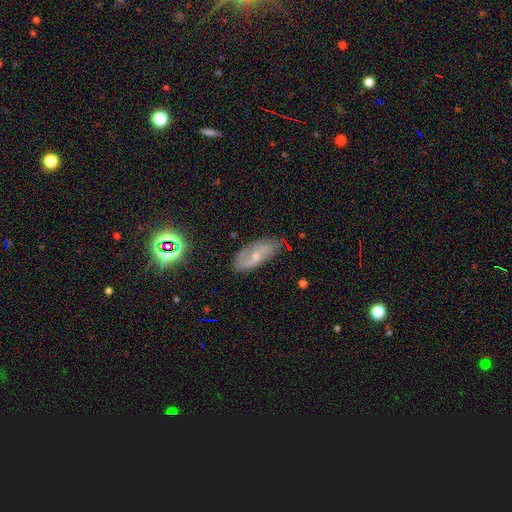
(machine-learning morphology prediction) smooth-or-featured: featured or disk: 62% | smooth: 26% | star or artifact: 12%
  disk-edge-on: no: 89% | yes: 11%
    bar: no: 48% | weak: 40% | strong: 12%
    has-spiral-arms: yes: 82% | no: 18%
    bulge-size: small: 61% | moderate: 32% | none: 4% | large: 1% | dominant: 1%
  merging: none: 69% | minor disturbance: 22% | major disturbance: 7% | merger: 2%